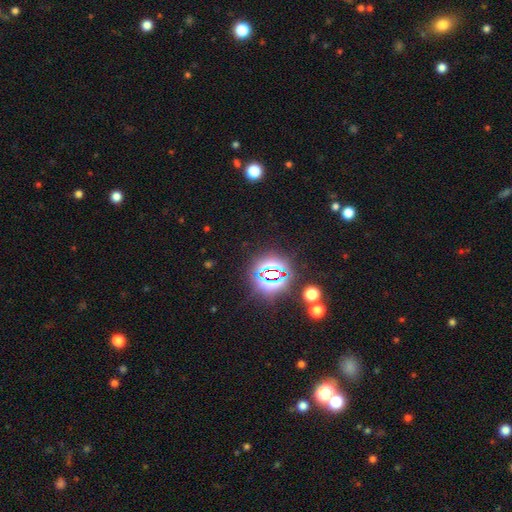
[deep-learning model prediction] A star or artifact, not a galaxy (80%).

Vote fractions:
- Smooth or featured? star or artifact: 80% / smooth: 13% / featured or disk: 7%